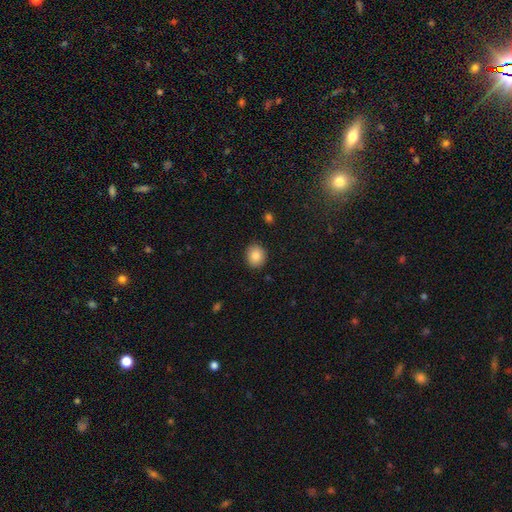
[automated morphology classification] This appears to be a smooth galaxy with no disk features (85%) that is round (75%). Merging: none (90%).